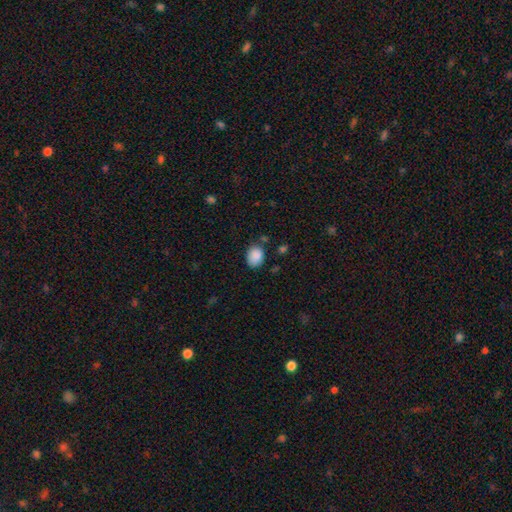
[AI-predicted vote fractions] The model was most divided on "how rounded": in between: 58%, round: 41%, cigar-shaped: 1%. More confident: smooth or featured — smooth (88%); merging — none (75%).